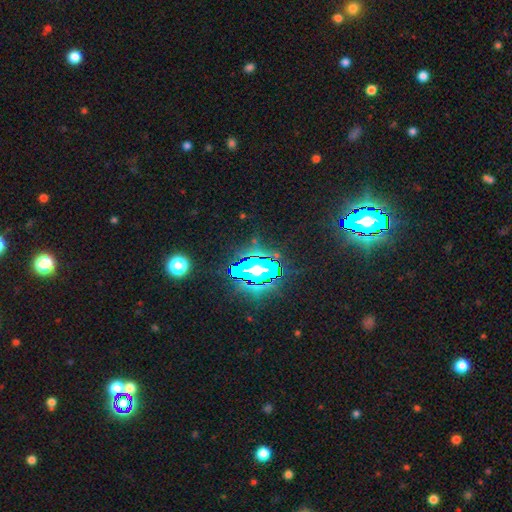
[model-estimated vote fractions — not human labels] A star or artifact, not a galaxy (83%).

Vote fractions:
- Smooth or featured? star or artifact: 83% / smooth: 10% / featured or disk: 7%